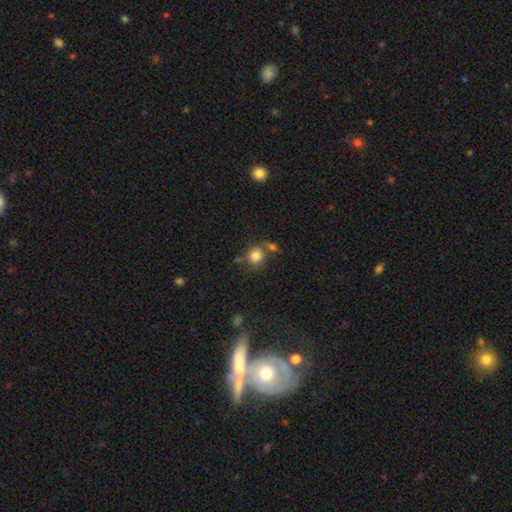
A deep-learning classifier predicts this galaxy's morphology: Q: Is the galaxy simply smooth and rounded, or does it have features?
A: smooth — 81%.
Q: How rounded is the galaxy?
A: round — 80%.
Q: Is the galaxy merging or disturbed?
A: none — 59%.